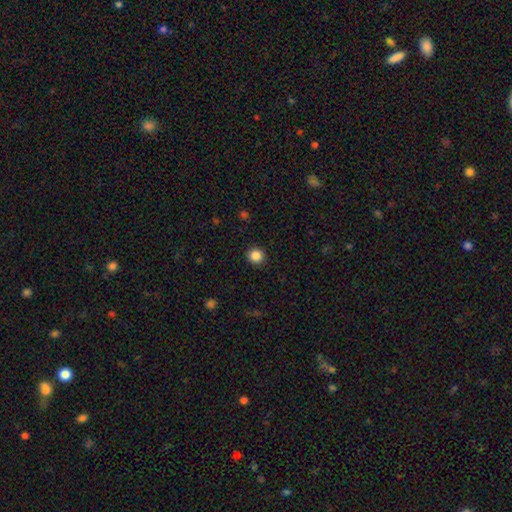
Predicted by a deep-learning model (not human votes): smooth 86%, star or artifact 11%, featured or disk 3%. Down the decision tree: how rounded — round (92%); merging — none (92%).